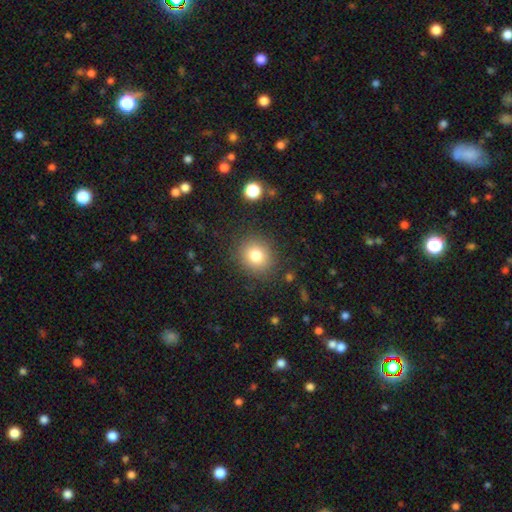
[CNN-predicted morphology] The model was most divided on "how rounded": round: 80%, in between: 19%, cigar-shaped: 1%. More confident: merging — none (86%); smooth or featured — smooth (80%).